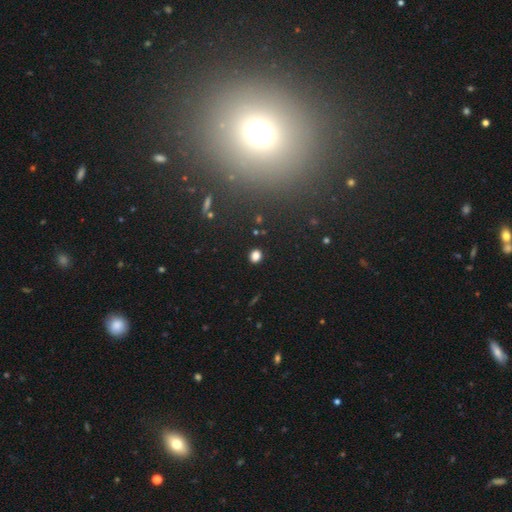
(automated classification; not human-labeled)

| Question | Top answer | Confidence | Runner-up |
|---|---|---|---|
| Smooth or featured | smooth | 80% | star or artifact (16%) |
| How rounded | round | 68% | in between (31%) |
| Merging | none | 91% | minor disturbance (6%) |